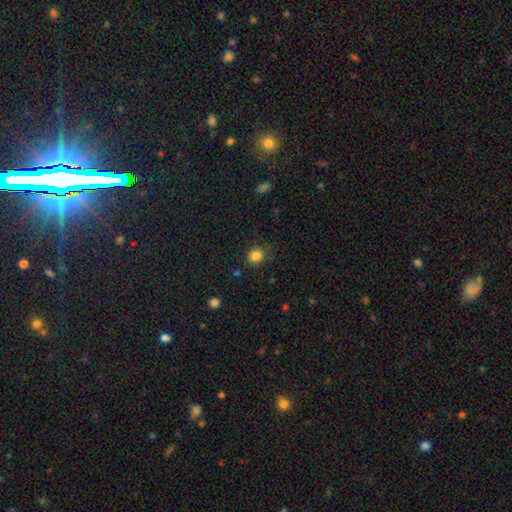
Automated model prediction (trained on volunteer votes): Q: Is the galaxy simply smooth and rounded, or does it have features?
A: smooth — 84%.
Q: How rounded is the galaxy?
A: round — 89%.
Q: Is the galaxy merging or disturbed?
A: none — 86%.